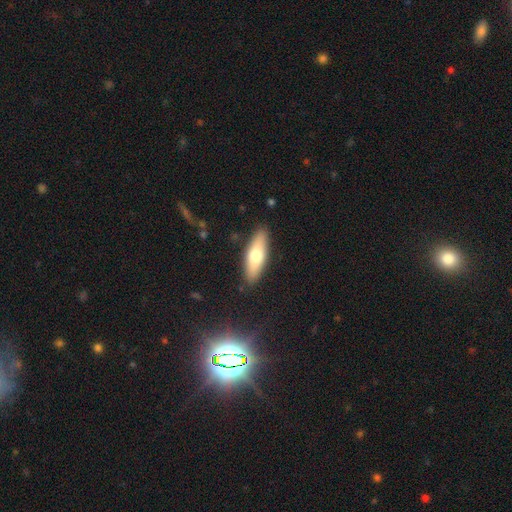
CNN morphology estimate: A smooth galaxy with no disk features (67%) that is in between round and cigar-shaped (57%).

Vote fractions:
- Smooth or featured? smooth: 67% / featured or disk: 27% / star or artifact: 6%
- How rounded? in between: 57% / cigar-shaped: 41% / round: 2%
- Merging? none: 88% / minor disturbance: 9% / major disturbance: 2% / merger: 1%